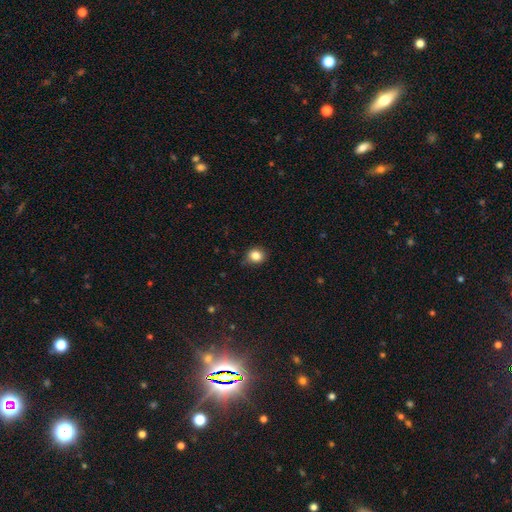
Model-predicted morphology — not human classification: Smooth or featured? Predicted: smooth (p=0.84). How rounded? Predicted: round (p=0.80). Merging? Predicted: none (p=0.78).